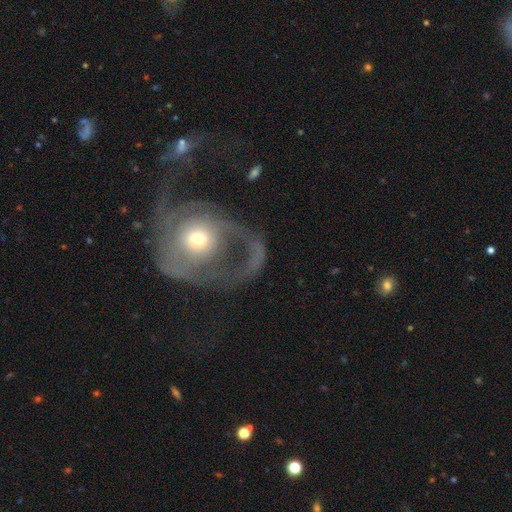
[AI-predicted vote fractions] Smooth or featured?
  - featured or disk: 66% *
  - smooth: 24%
  - star or artifact: 10%
Edge-on disk?
  - no: 96% *
  - yes: 4%
Bar?
  - no: 78% *
  - weak: 15%
  - strong: 7%
Spiral arms?
  - yes: 67% *
  - no: 33%
Bulge size?
  - moderate: 58% *
  - small: 33%
  - large: 6%
  - dominant: 2%
  - none: 2%
Merging?
  - major disturbance: 48% *
  - none: 27%
  - minor disturbance: 14%
  - merger: 11%